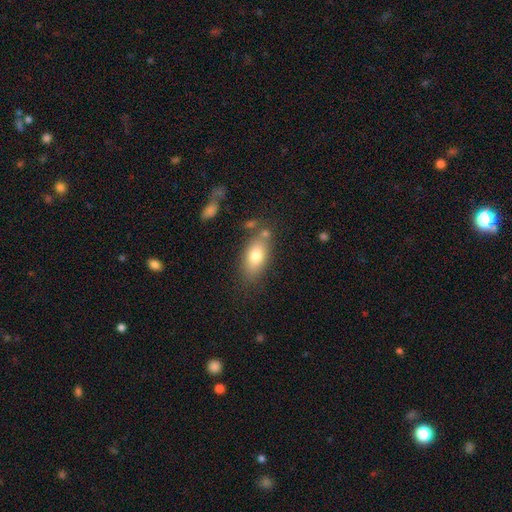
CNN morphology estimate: type=smooth (76%); roundness=in between (87%); merging=none (71%).